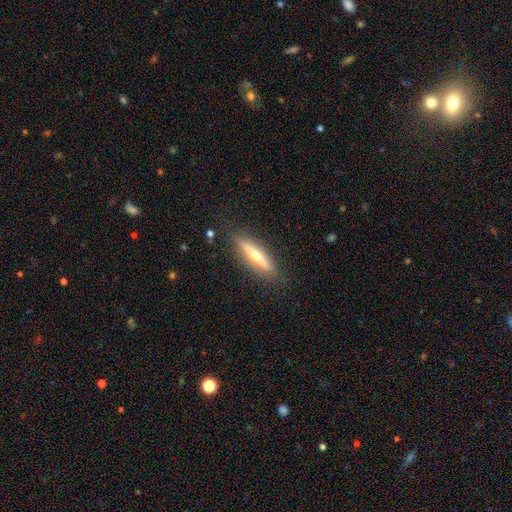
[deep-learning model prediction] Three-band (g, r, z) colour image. It shows a featured or disk galaxy (57%) viewed edge-on (90%) with a rounded central bulge (84%). Merging: none (86%).